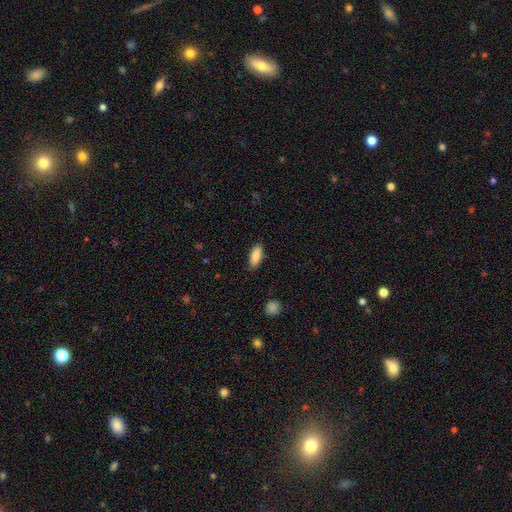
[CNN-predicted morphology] This is clearly a smooth galaxy (86%). How rounded: likely in between (79%). Merging: clearly none (87%).